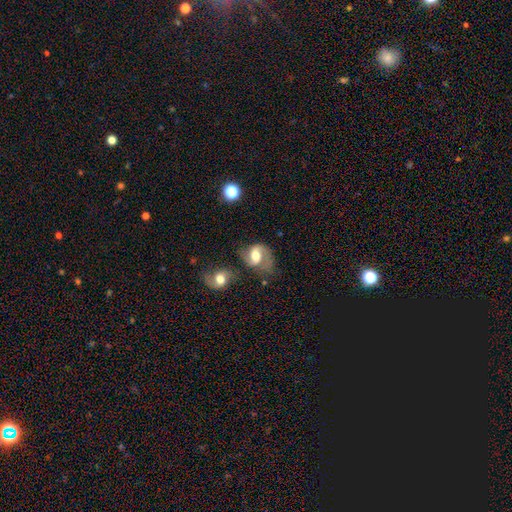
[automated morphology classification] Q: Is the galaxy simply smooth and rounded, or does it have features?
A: featured or disk — 73%.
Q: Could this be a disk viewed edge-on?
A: no — 97%.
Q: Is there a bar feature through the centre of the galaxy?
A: weak — 49%.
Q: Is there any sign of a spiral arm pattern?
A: yes — 91%.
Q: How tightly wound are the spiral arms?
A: medium — 52%.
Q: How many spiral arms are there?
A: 2 — 82%.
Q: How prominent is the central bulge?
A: moderate — 60%.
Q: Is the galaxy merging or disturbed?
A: none — 51%.